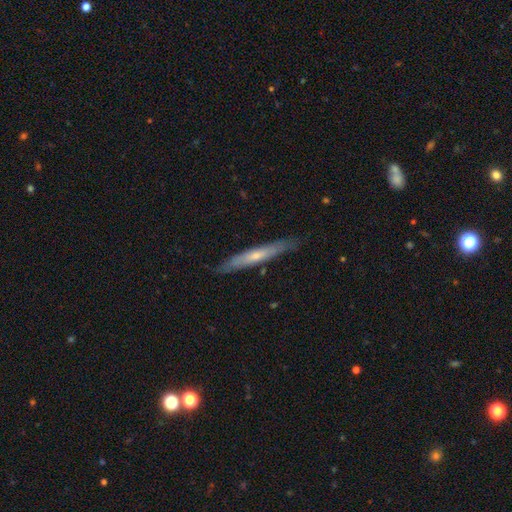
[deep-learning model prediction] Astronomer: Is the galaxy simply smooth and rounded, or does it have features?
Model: featured or disk — 52% (runner-up: smooth, 42%).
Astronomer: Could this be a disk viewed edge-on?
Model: yes — 84%.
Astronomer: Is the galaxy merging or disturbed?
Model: none — 84%.